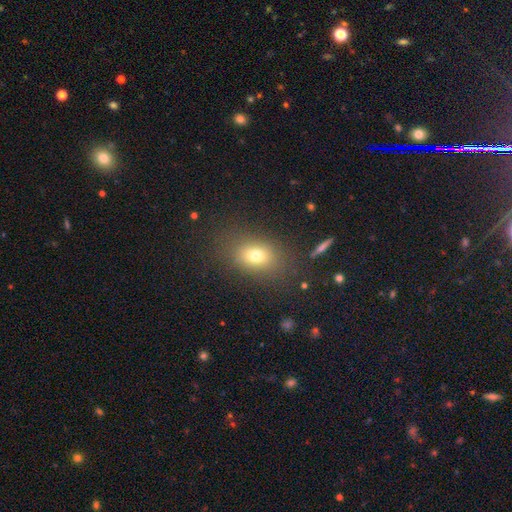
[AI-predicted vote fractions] Smooth or featured: smooth — 73% (star or artifact — 15%)
How rounded: in between — 66% (round — 32%)
Merging: none — 80% (minor disturbance — 12%)